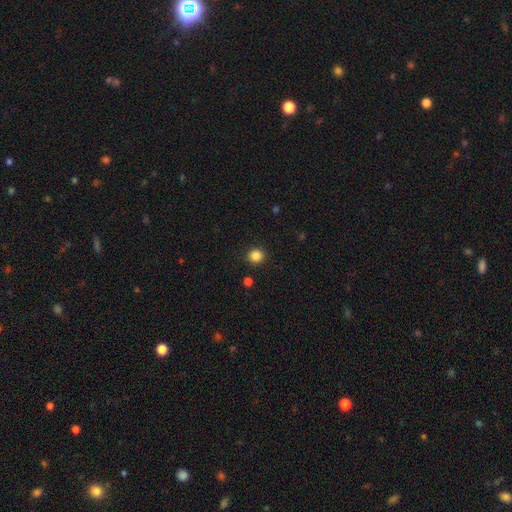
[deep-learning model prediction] Overall: smooth (86%). How rounded: round (90%). Merging: none (91%).